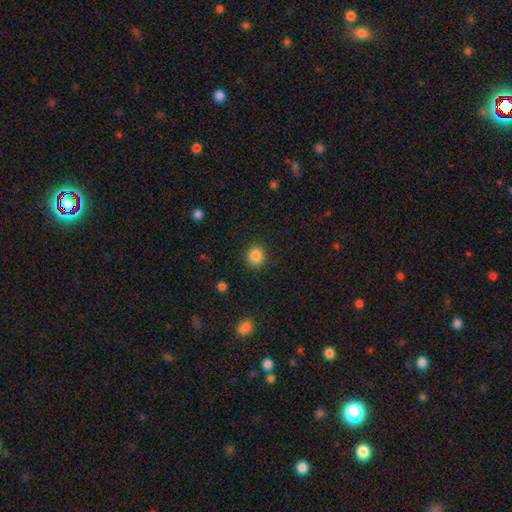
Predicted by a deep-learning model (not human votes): Smooth or featured? Predicted: smooth (p=0.86). How rounded? Predicted: round (p=0.88). Merging? Predicted: none (p=0.90).